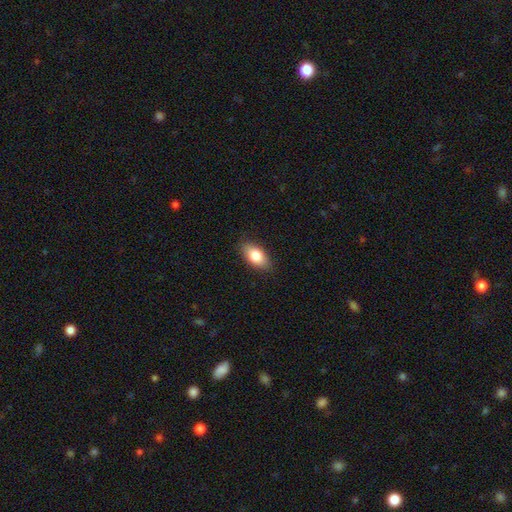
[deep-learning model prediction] smooth-or-featured: smooth: 81% | featured or disk: 12% | star or artifact: 7%
  how-rounded: in between: 89% | round: 6% | cigar-shaped: 5%
  merging: none: 86% | minor disturbance: 10% | major disturbance: 2% | merger: 1%